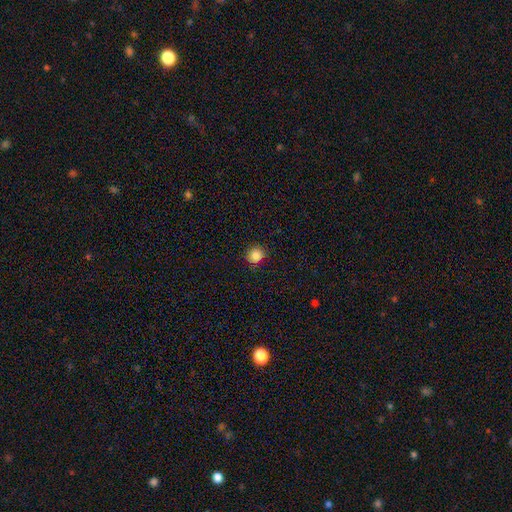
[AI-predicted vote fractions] Q: Smooth or featured?
A: smooth (85%); runner-up: star or artifact (11%)
Q: How rounded?
A: round (90%); runner-up: in between (9%)
Q: Merging?
A: none (87%); runner-up: minor disturbance (9%)